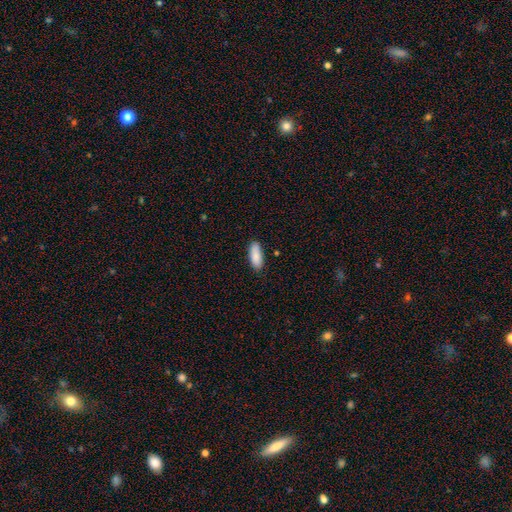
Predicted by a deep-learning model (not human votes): smooth-or-featured: smooth: 87% | featured or disk: 7% | star or artifact: 6%
  how-rounded: in between: 76% | cigar-shaped: 22% | round: 2%
  merging: none: 82% | minor disturbance: 14% | major disturbance: 2% | merger: 2%